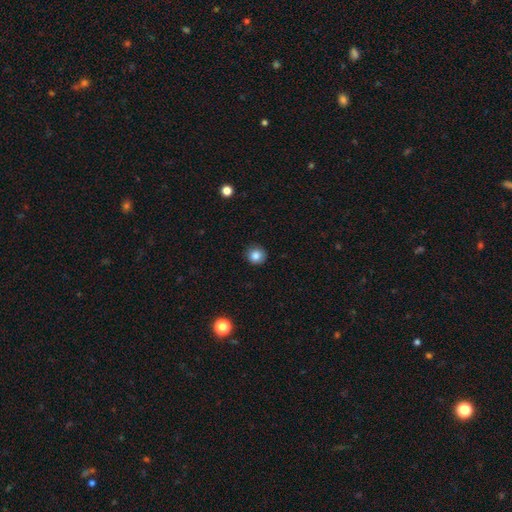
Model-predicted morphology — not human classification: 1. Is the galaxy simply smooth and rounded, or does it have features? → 84% smooth, 11% star or artifact, 5% featured or disk.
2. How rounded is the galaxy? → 92% round, 7% in between, 1% cigar-shaped.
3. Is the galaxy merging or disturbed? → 90% none, 7% minor disturbance, 2% major disturbance, 1% merger.